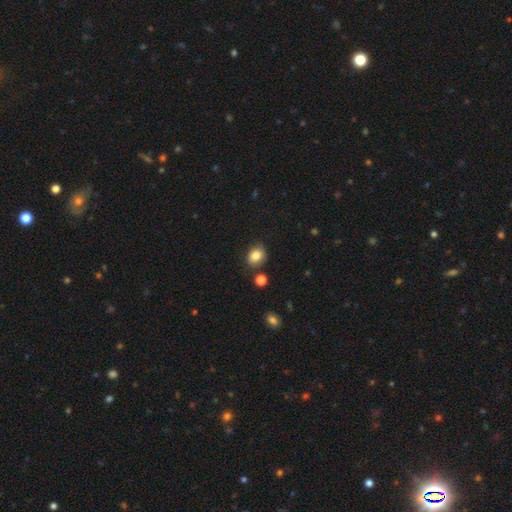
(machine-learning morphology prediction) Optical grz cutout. It shows a smooth galaxy with no disk features (83%) that is round (55%). Merging: none (80%).